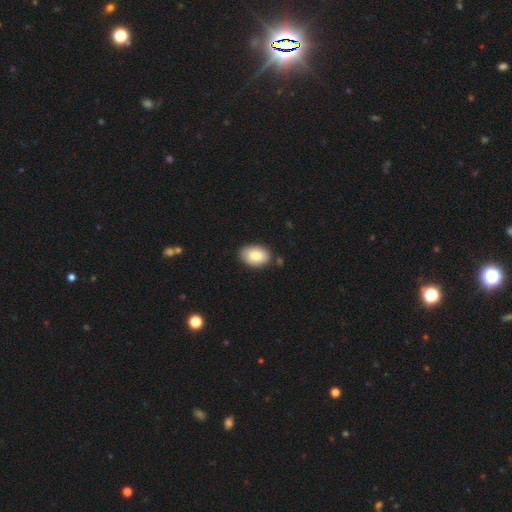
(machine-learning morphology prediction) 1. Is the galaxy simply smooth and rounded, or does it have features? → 83% smooth, 10% featured or disk, 6% star or artifact.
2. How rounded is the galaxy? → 90% in between, 9% round, 1% cigar-shaped.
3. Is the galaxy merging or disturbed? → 83% none, 12% minor disturbance, 3% merger, 2% major disturbance.